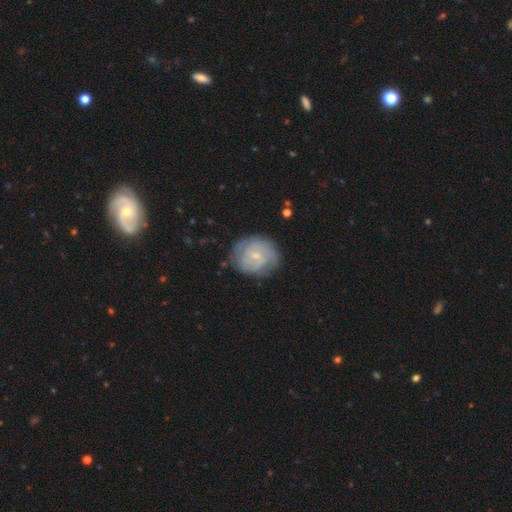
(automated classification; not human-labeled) Smooth or featured: featured or disk — 65% (smooth — 28%)
Edge-on disk: no — 98% (yes — 2%)
Bar: no — 57% (weak — 38%)
Spiral arms: yes — 87% (no — 13%)
Spiral winding: tight — 62% (medium — 29%)
Spiral arm count: can't tell — 43% (2 — 28%)
Bulge size: small — 76% (moderate — 16%)
Merging: none — 73% (minor disturbance — 19%)